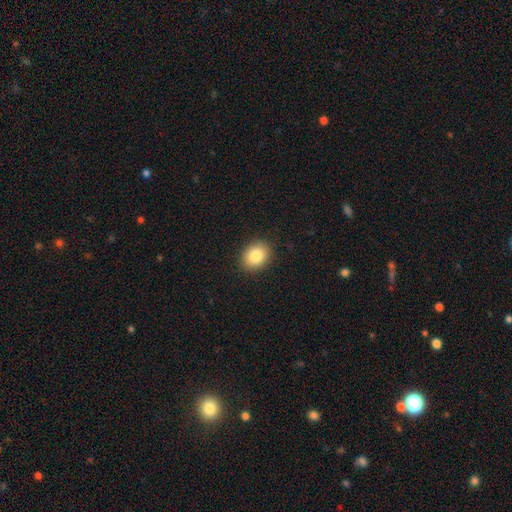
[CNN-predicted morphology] type=smooth (85%); roundness=in between (54%); merging=none (90%).